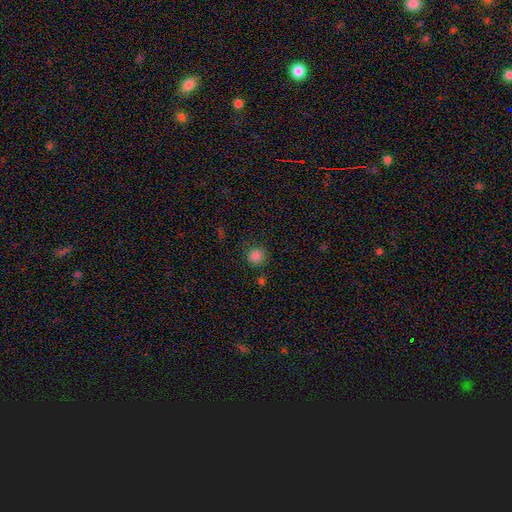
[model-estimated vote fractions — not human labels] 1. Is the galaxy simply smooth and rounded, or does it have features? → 84% smooth, 13% star or artifact, 3% featured or disk.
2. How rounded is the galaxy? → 93% round, 6% in between, 1% cigar-shaped.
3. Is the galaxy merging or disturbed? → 84% none, 9% minor disturbance, 4% merger, 3% major disturbance.